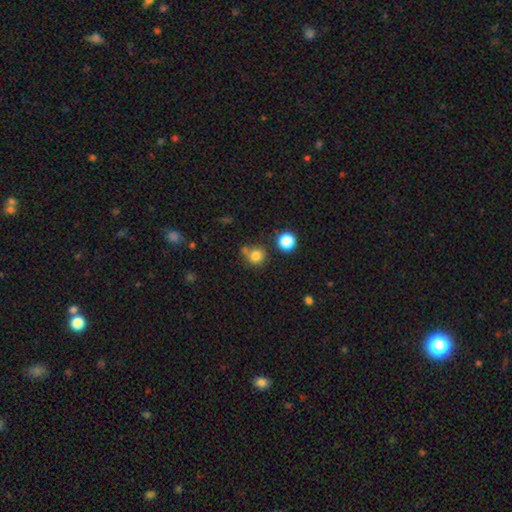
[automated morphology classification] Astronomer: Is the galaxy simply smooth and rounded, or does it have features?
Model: smooth — 80%.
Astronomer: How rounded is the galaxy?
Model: round — 90%.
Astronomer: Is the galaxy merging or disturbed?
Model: none — 68%.